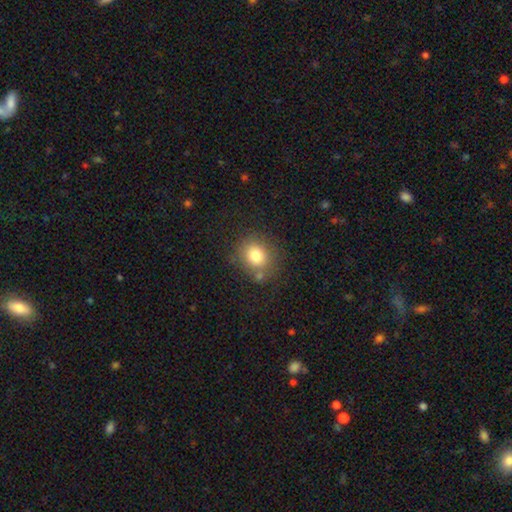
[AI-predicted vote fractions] This is likely a smooth galaxy (77%). How rounded: likely round (76%). Merging: likely none (73%).